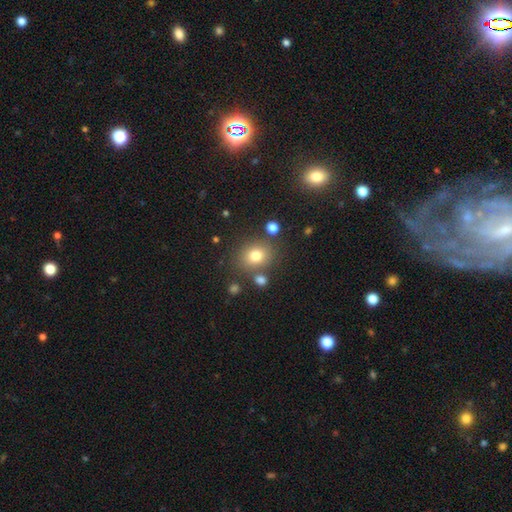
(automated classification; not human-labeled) smooth-or-featured: smooth: 77% | star or artifact: 14% | featured or disk: 10%
  how-rounded: round: 65% | in between: 34% | cigar-shaped: 1%
  merging: none: 76% | minor disturbance: 11% | merger: 8% | major disturbance: 4%